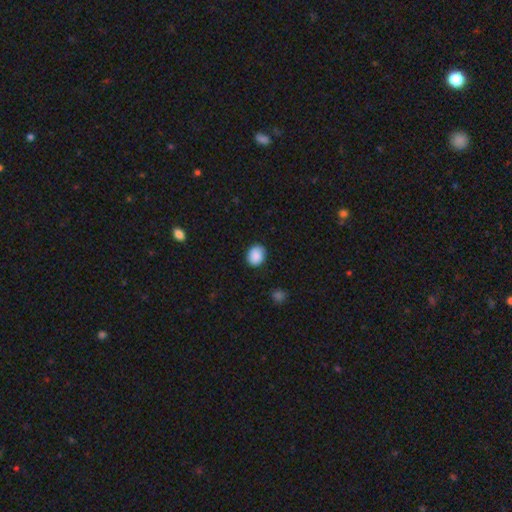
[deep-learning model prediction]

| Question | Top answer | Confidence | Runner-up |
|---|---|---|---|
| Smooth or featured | smooth | 88% | star or artifact (8%) |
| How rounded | round | 59% | in between (41%) |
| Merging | none | 83% | minor disturbance (13%) |